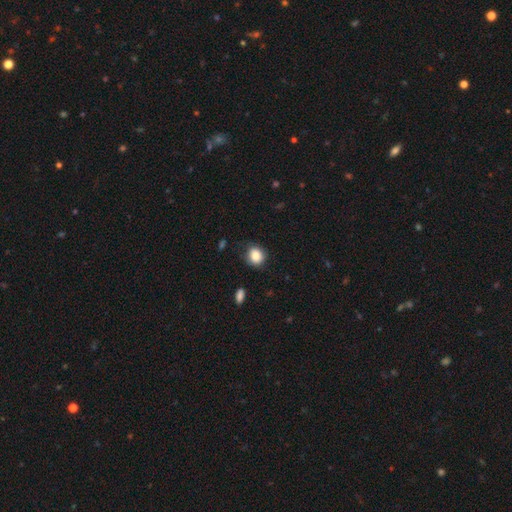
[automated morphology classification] smooth-or-featured: smooth: 86% | star or artifact: 9% | featured or disk: 5%
  how-rounded: round: 74% | in between: 25% | cigar-shaped: 1%
  merging: none: 76% | minor disturbance: 18% | major disturbance: 4% | merger: 2%